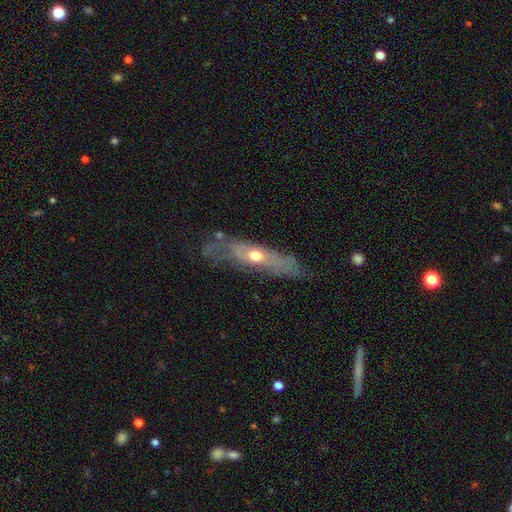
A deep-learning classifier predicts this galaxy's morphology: Q: Smooth or featured?
A: featured or disk (67%); runner-up: smooth (27%)
Q: Edge-on disk?
A: no (62%); runner-up: yes (38%)
Q: Merging?
A: none (58%); runner-up: minor disturbance (25%)